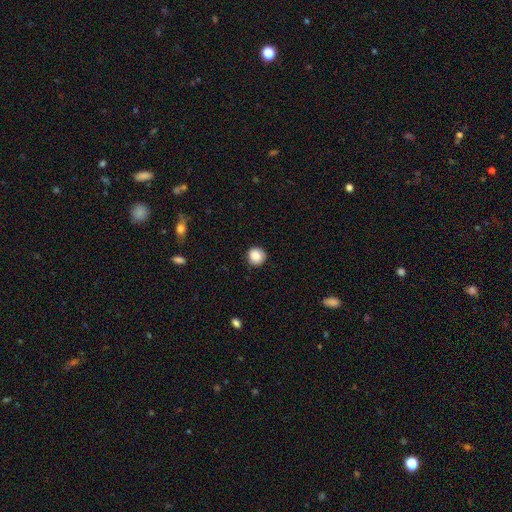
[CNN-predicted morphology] The model was most divided on "merging": none: 87%, minor disturbance: 10%, major disturbance: 2%, merger: 1%. More confident: how rounded — round (93%); smooth or featured — smooth (88%).